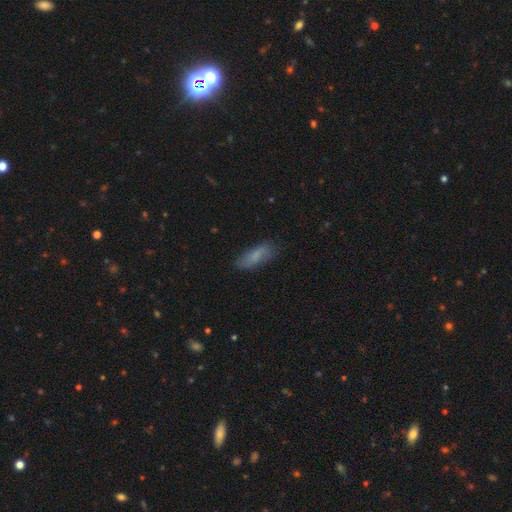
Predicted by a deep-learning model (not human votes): Smooth or featured: smooth — 77% (featured or disk — 16%)
How rounded: in between — 61% (cigar-shaped — 37%)
Merging: none — 78% (minor disturbance — 17%)